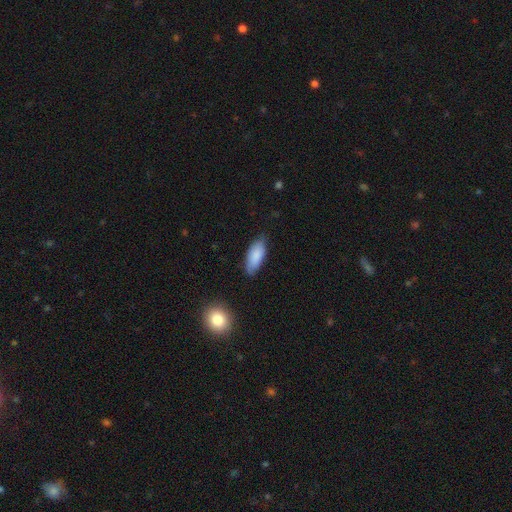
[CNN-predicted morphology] Q: Smooth or featured?
A: smooth (85%); runner-up: featured or disk (9%)
Q: How rounded?
A: in between (82%); runner-up: cigar-shaped (17%)
Q: Merging?
A: none (75%); runner-up: minor disturbance (20%)